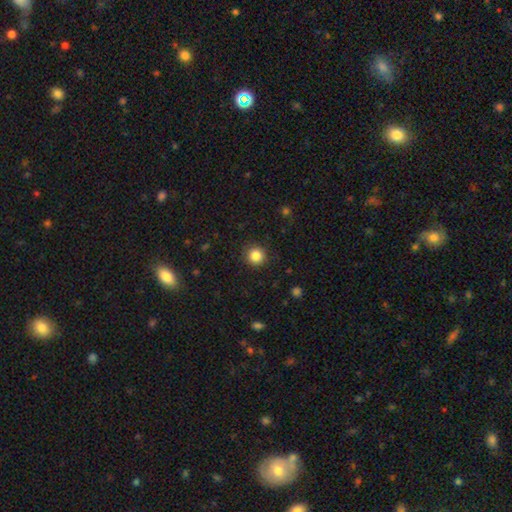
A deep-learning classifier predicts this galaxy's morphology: smooth_or_featured: smooth (p=0.85) [alt: star or artifact p=0.11]
how_rounded: round (p=0.94) [alt: in between p=0.05]
merging: none (p=0.90) [alt: minor disturbance p=0.07]